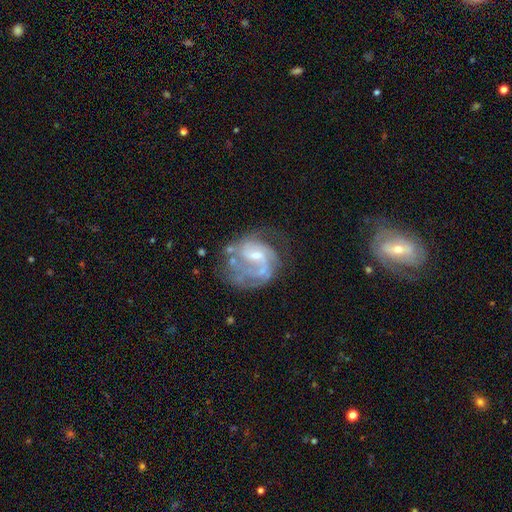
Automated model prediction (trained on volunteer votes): The model was most divided on "bar": weak: 50%, no: 40%, strong: 10%. Remaining: edge-on disk — no (98%); spiral arms — yes (87%); smooth or featured — featured or disk (82%); bulge size — small (61%); spiral winding — medium (45%); merging — none (43%); spiral arm count — 2 (41%).